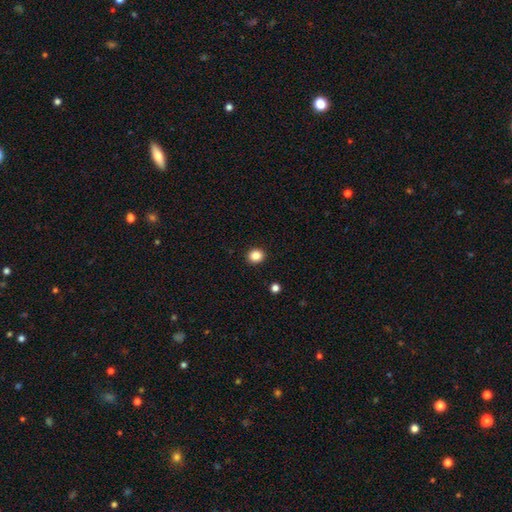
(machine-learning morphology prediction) Smooth or featured?
  - smooth: 86% *
  - star or artifact: 10%
  - featured or disk: 4%
How rounded?
  - round: 78% *
  - in between: 21%
  - cigar-shaped: 1%
Merging?
  - none: 92% *
  - minor disturbance: 5%
  - major disturbance: 2%
  - merger: 1%